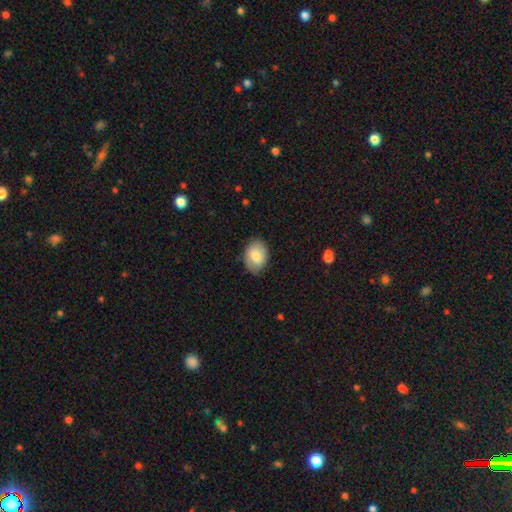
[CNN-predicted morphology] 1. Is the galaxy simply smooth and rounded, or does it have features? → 75% smooth, 18% featured or disk, 7% star or artifact.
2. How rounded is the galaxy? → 78% in between, 21% round, 1% cigar-shaped.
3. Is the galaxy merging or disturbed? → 80% none, 16% minor disturbance, 3% major disturbance, 1% merger.